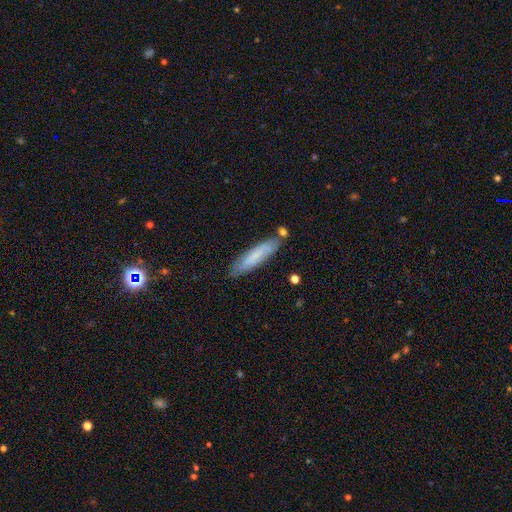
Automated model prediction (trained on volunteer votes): This appears to be a smooth galaxy with no disk features (66%) that is cigar-shaped (79%). Merging: none (77%).